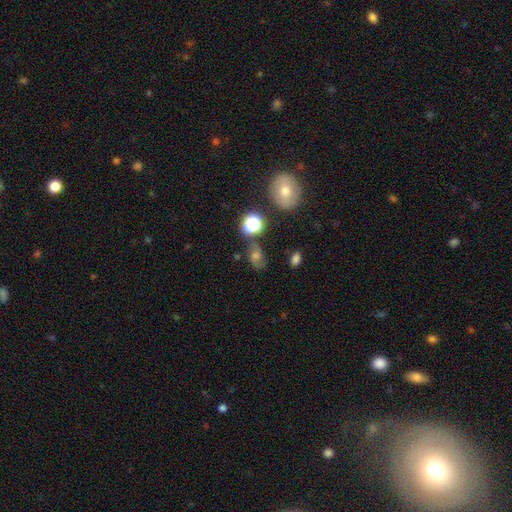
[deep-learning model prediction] Q: Smooth or featured?
A: smooth (43%); runner-up: featured or disk (30%)
Q: Merging?
A: none (69%); runner-up: minor disturbance (16%)